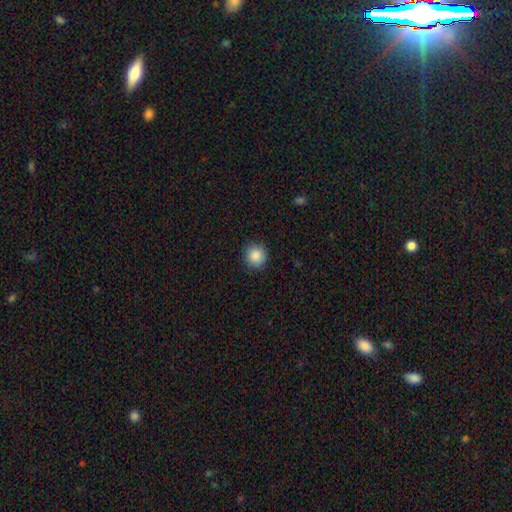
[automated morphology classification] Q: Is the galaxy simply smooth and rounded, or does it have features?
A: smooth — 88%.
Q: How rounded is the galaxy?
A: round — 91%.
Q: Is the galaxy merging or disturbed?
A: none — 89%.